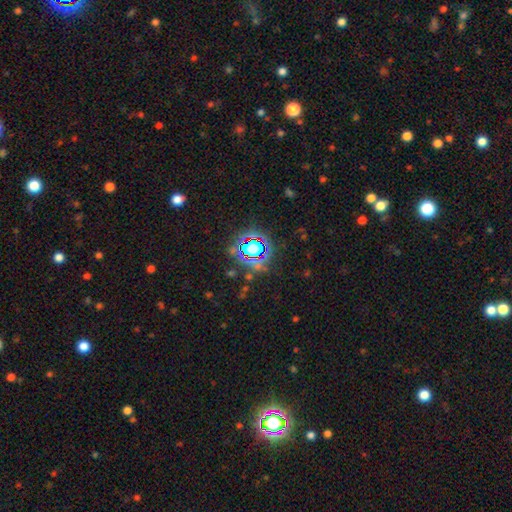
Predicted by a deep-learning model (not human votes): A star or artifact, not a galaxy (77%).

Vote fractions:
- Smooth or featured? star or artifact: 77% / smooth: 14% / featured or disk: 9%